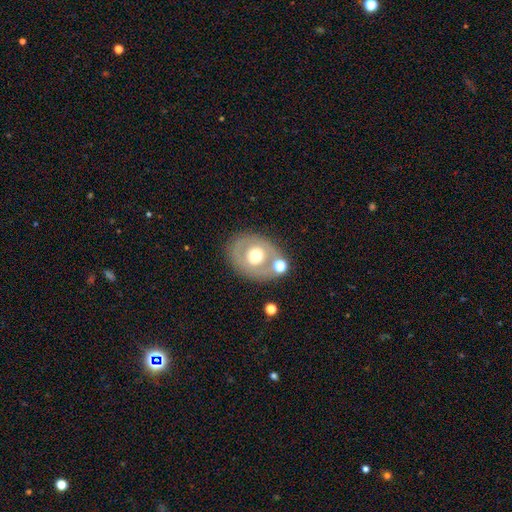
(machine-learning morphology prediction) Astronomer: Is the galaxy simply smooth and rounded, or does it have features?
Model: featured or disk — 50% (runner-up: smooth, 42%).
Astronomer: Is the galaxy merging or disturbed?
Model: none — 69%.